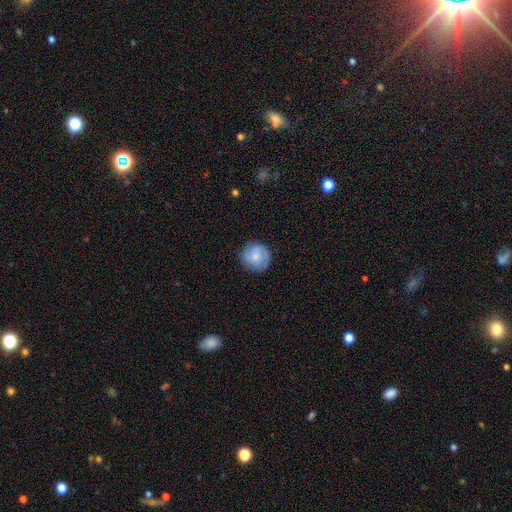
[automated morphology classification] Smooth or featured: smooth — 70% (featured or disk — 23%)
How rounded: round — 90% (in between — 9%)
Merging: none — 75% (minor disturbance — 18%)